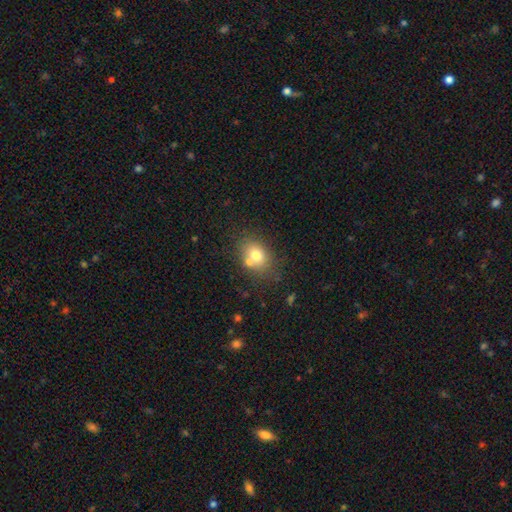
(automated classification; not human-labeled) smooth 72%, featured or disk 17%, star or artifact 11%. Down the decision tree: how rounded — in between (58%); merging — none (56%).